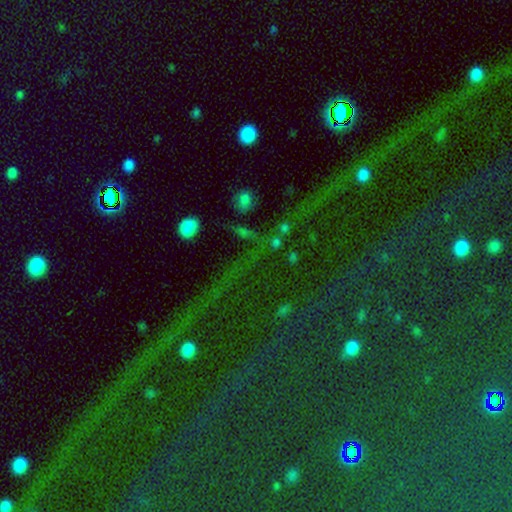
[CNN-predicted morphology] A star or artifact, not a galaxy (75%).

Vote fractions:
- Smooth or featured? star or artifact: 75% / smooth: 14% / featured or disk: 11%